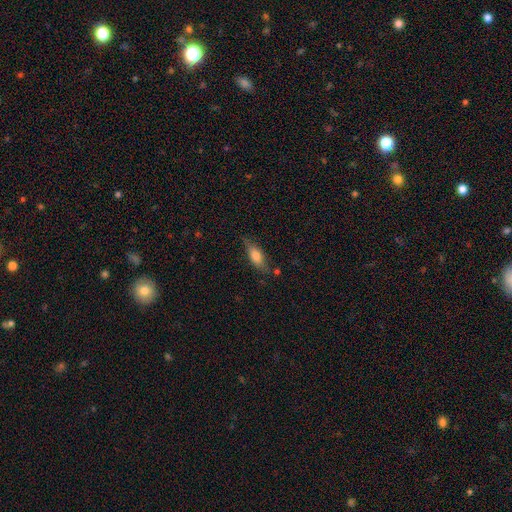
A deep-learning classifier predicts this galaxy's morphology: smooth-or-featured: smooth: 66% | featured or disk: 26% | star or artifact: 8%
  how-rounded: in between: 66% | cigar-shaped: 31% | round: 3%
  merging: none: 68% | minor disturbance: 23% | major disturbance: 6% | merger: 3%